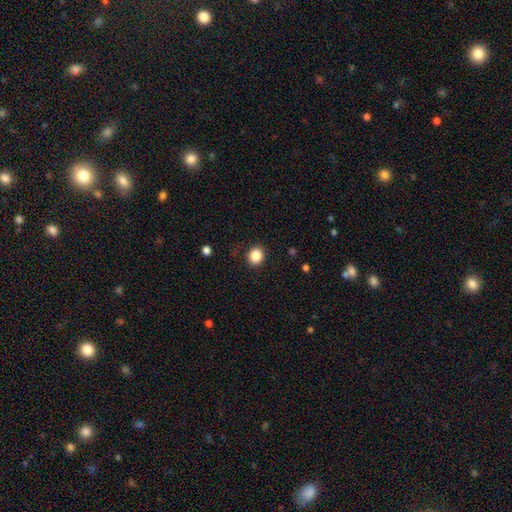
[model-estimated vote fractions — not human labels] smooth_or_featured: smooth (p=0.86) [alt: star or artifact p=0.10]
how_rounded: round (p=0.72) [alt: in between p=0.27]
merging: none (p=0.88) [alt: minor disturbance p=0.08]